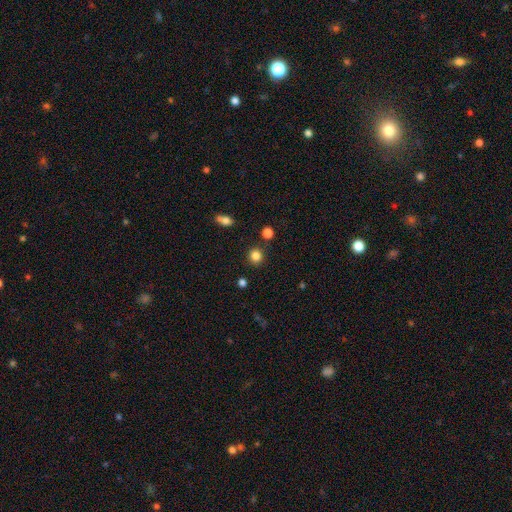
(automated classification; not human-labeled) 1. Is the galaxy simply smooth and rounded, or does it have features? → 83% smooth, 12% star or artifact, 4% featured or disk.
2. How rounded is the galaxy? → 89% round, 10% in between, 1% cigar-shaped.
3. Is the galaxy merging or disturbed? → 85% none, 7% minor disturbance, 5% merger, 3% major disturbance.